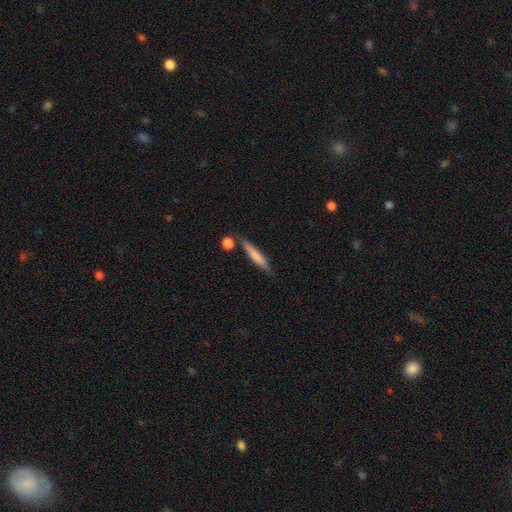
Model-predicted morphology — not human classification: Smooth or featured? smooth (68%)
How rounded? cigar-shaped (89%)
Merging? none (73%)